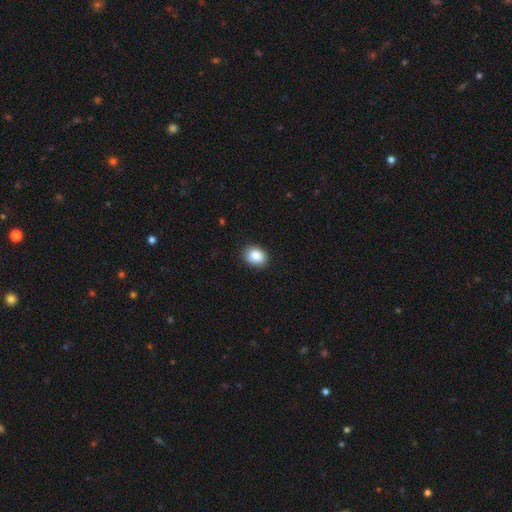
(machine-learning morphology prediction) smooth-or-featured: smooth: 88% | star or artifact: 8% | featured or disk: 4%
  how-rounded: in between: 61% | round: 38% | cigar-shaped: 1%
  merging: none: 86% | minor disturbance: 10% | major disturbance: 2% | merger: 1%